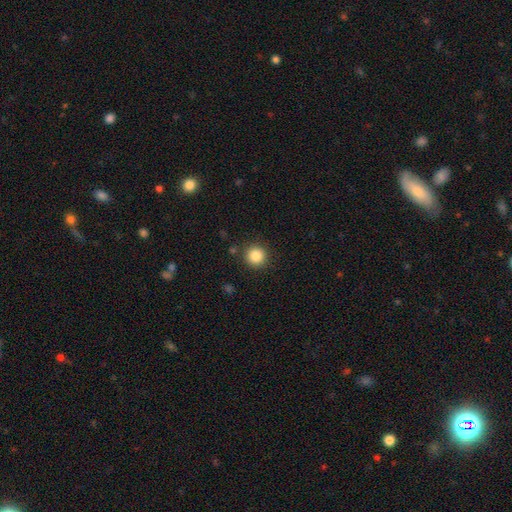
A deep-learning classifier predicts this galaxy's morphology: Smooth or featured? smooth (85%)
How rounded? round (94%)
Merging? none (89%)